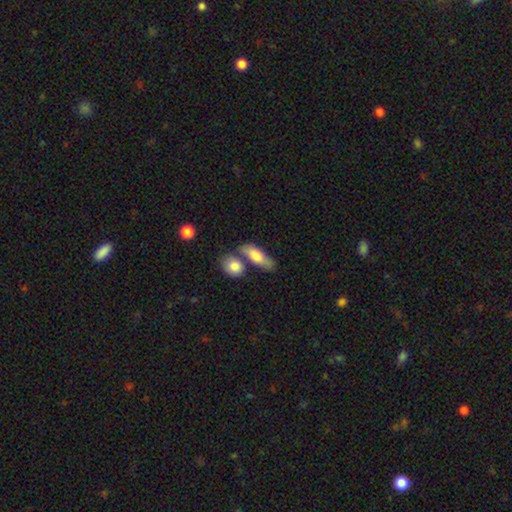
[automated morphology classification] A smooth galaxy with no disk features (74%) that is in between round and cigar-shaped (72%). Merging: none (51%).